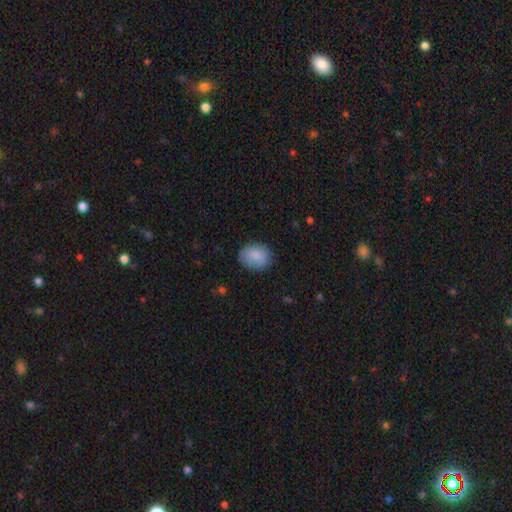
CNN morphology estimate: smooth_or_featured: smooth (p=0.87) [alt: star or artifact p=0.07]
how_rounded: in between (p=0.60) [alt: round p=0.39]
merging: none (p=0.79) [alt: minor disturbance p=0.16]